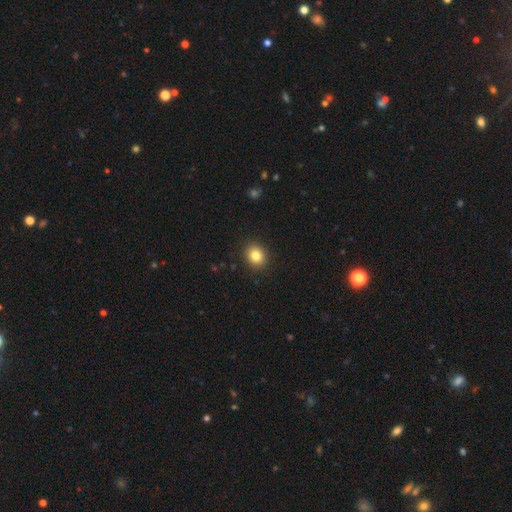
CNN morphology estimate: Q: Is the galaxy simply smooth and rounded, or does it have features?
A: smooth — 83%.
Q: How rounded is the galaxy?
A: round — 69%.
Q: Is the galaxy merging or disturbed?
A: none — 90%.